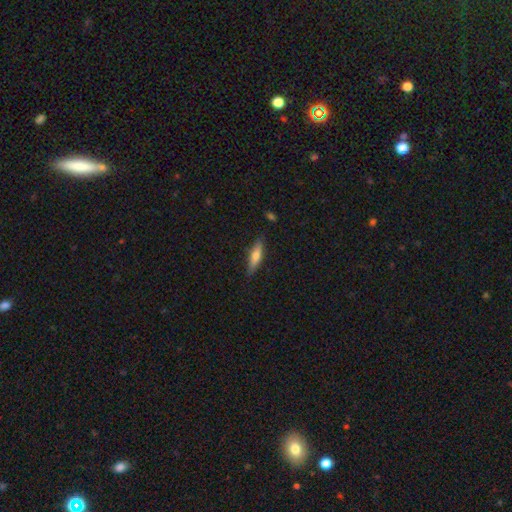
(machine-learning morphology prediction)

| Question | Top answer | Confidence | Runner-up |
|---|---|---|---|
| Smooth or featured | smooth | 64% | featured or disk (30%) |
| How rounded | cigar-shaped | 75% | in between (24%) |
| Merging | none | 85% | minor disturbance (11%) |